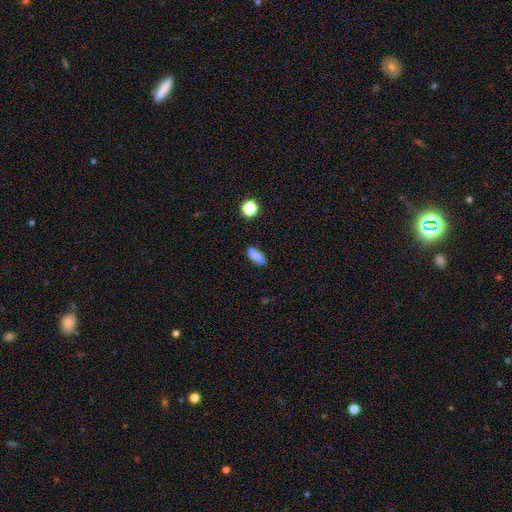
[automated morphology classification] Overall: smooth (67%). How rounded: in between (72%). Merging: none (78%).